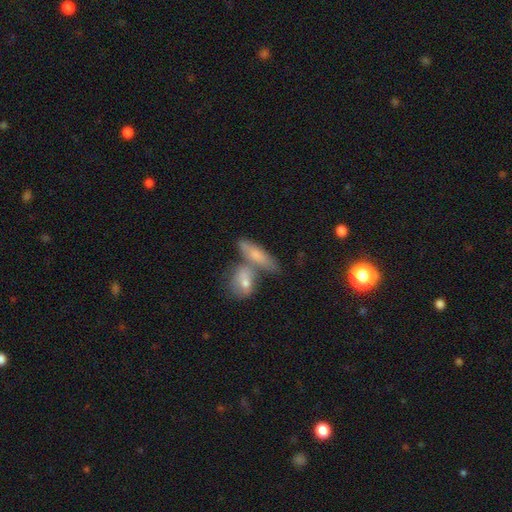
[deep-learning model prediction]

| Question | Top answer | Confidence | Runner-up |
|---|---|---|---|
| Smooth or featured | smooth | 65% | featured or disk (28%) |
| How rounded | cigar-shaped | 53% | in between (41%) |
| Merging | none | 42% | tied: merger (42%) |